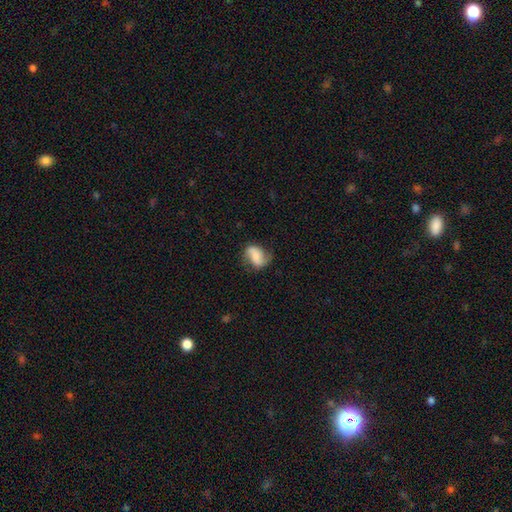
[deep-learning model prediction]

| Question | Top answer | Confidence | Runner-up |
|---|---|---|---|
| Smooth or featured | featured or disk | 46% | tied: smooth (46%) |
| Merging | none | 59% | minor disturbance (27%) |